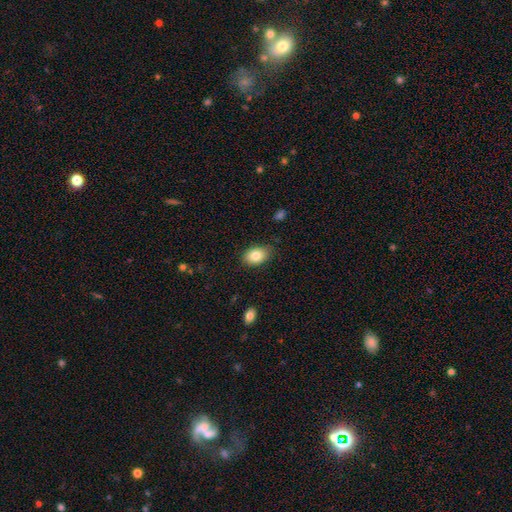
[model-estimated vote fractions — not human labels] This appears to be a smooth galaxy with no disk features (84%) that is in between round and cigar-shaped (83%). Merging: none (81%).